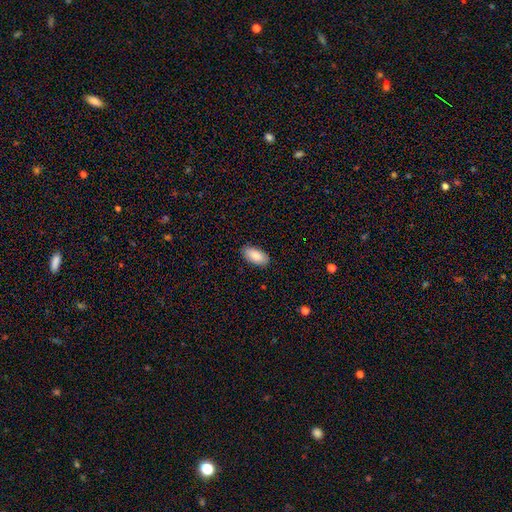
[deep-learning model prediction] Overall: smooth (88%). How rounded: in between (94%). Merging: none (88%).